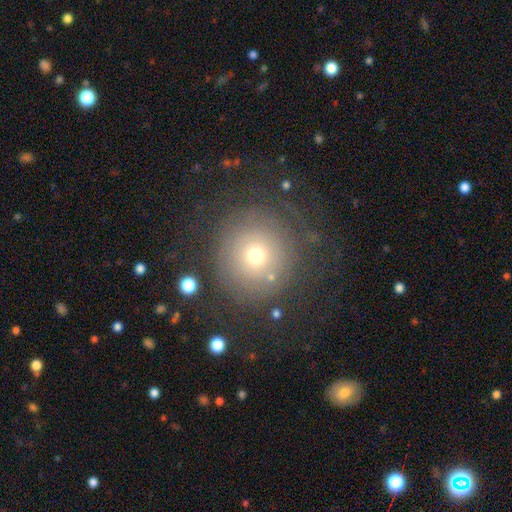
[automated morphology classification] A smooth galaxy with no disk features (57%) that is round (93%). Merging: none (75%).